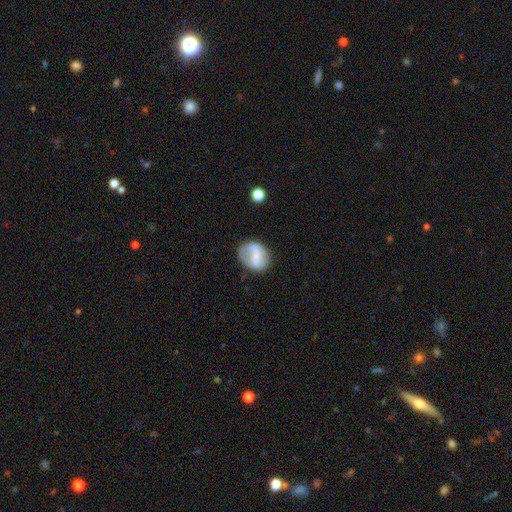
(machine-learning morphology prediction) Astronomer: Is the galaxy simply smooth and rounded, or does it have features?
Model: smooth — 50% (runner-up: featured or disk, 42%).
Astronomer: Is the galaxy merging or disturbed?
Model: none — 66%.